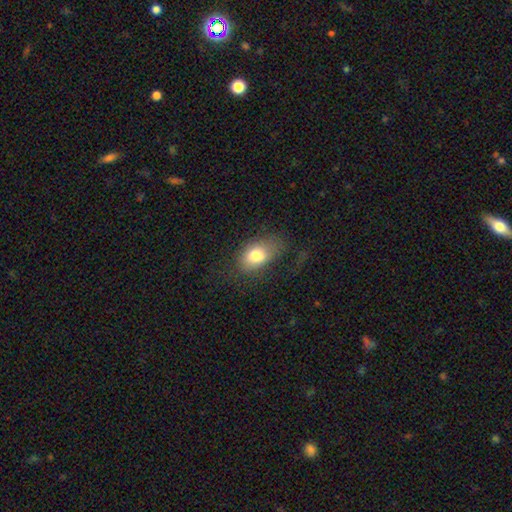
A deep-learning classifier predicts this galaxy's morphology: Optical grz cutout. It shows a smooth galaxy with no disk features (78%) that is in between round and cigar-shaped (86%). Merging: none (52%).